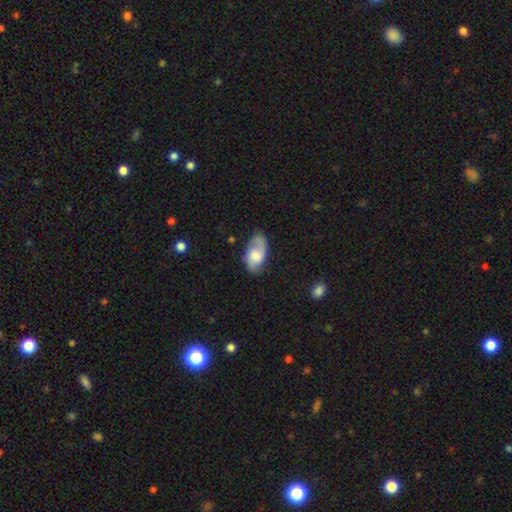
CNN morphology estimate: A featured or disk galaxy (50%). Merging: none (69%).